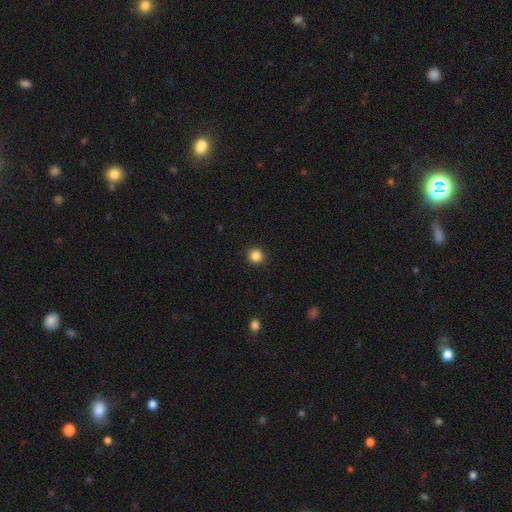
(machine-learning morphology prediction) Smooth or featured?
  - smooth: 85% *
  - star or artifact: 11%
  - featured or disk: 4%
How rounded?
  - round: 95% *
  - in between: 5%
  - cigar-shaped: 1%
Merging?
  - none: 93% *
  - minor disturbance: 5%
  - major disturbance: 2%
  - merger: 1%